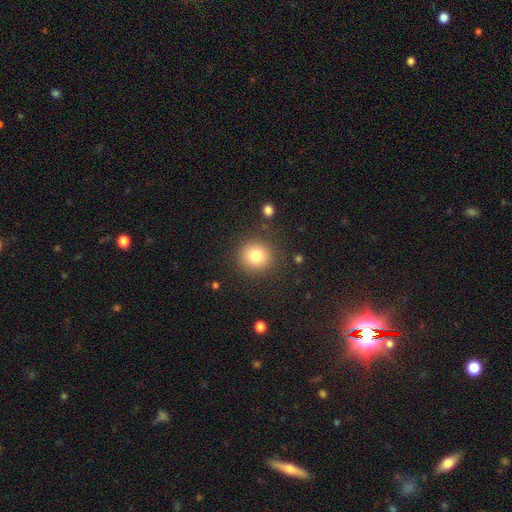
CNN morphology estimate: The model was most divided on "smooth or featured": smooth: 80%, star or artifact: 11%, featured or disk: 9%. More confident: how rounded — round (91%); merging — none (87%).